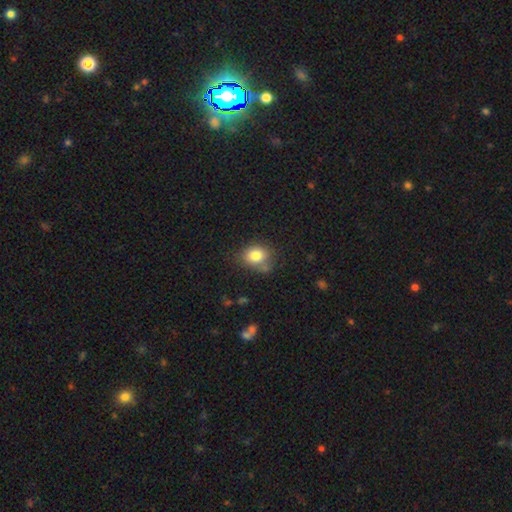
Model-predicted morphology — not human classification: Smooth or featured?
  - smooth: 82% *
  - star or artifact: 10%
  - featured or disk: 8%
How rounded?
  - in between: 50% *
  - round: 49%
  - cigar-shaped: 1%
Merging?
  - none: 65% *
  - minor disturbance: 20%
  - merger: 9%
  - major disturbance: 6%